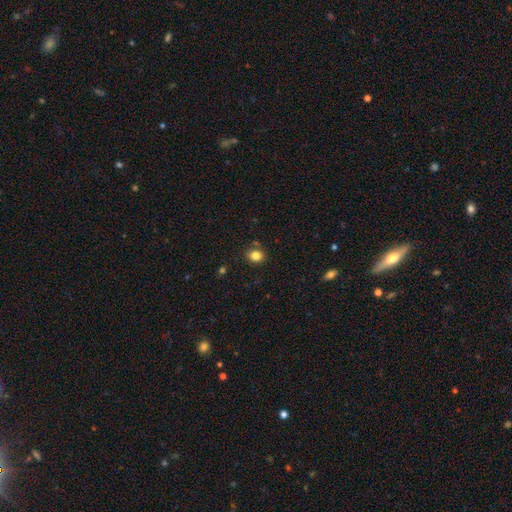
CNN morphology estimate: Smooth or featured?
  - smooth: 83% *
  - star or artifact: 12%
  - featured or disk: 5%
How rounded?
  - round: 67% *
  - in between: 32%
  - cigar-shaped: 1%
Merging?
  - none: 84% *
  - minor disturbance: 10%
  - merger: 4%
  - major disturbance: 2%